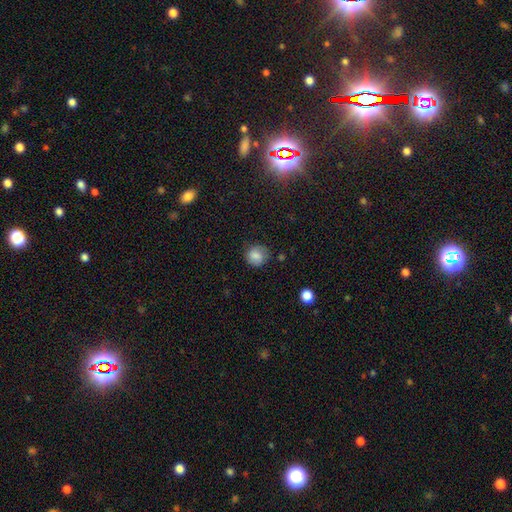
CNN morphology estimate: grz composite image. It shows a smooth galaxy with no disk features (79%) that is round (86%). Merging: none (77%).